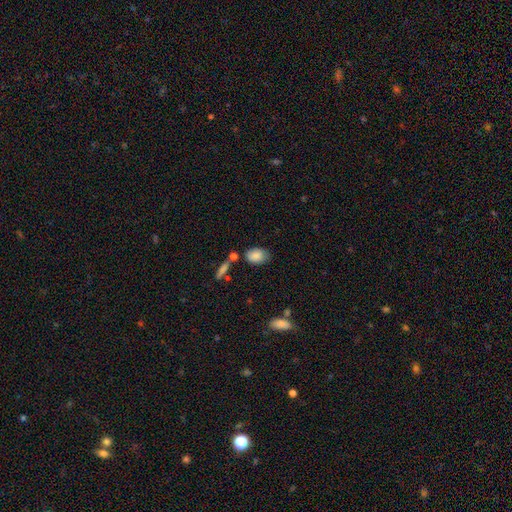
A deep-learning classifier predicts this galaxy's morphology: The model was most divided on "merging": none: 63%, minor disturbance: 20%, merger: 12%, major disturbance: 5%. More confident: how rounded — in between (86%); smooth or featured — smooth (85%).